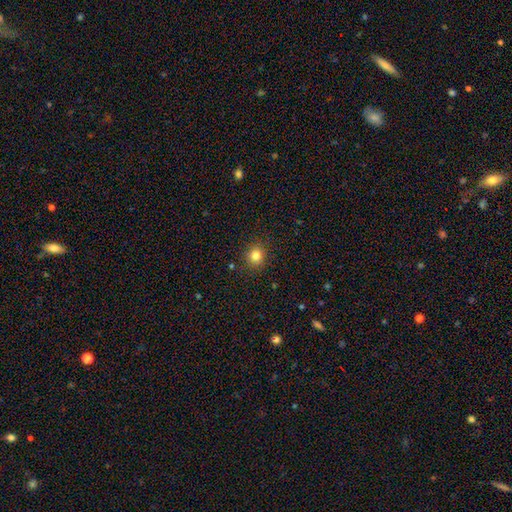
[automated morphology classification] type=smooth (82%); roundness=round (86%); merging=none (89%).